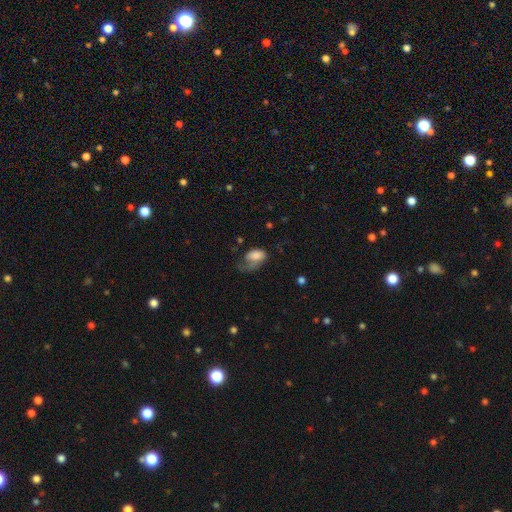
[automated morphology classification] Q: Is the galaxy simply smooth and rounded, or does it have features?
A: smooth — 66%.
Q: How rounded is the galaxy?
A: in between — 88%.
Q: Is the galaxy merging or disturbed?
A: major disturbance — 52%.